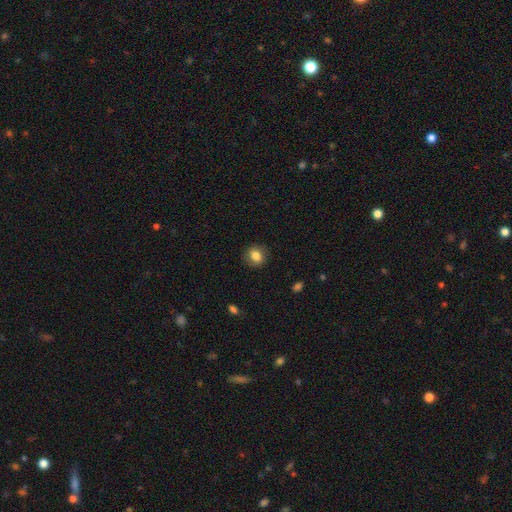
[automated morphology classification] Smooth or featured?
  - smooth: 82% *
  - star or artifact: 9%
  - featured or disk: 9%
How rounded?
  - round: 63% *
  - in between: 36%
  - cigar-shaped: 1%
Merging?
  - none: 86% *
  - minor disturbance: 10%
  - major disturbance: 3%
  - merger: 1%